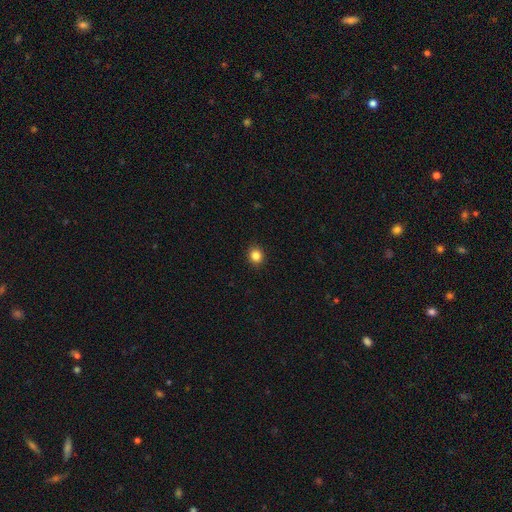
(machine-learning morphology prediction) Smooth or featured?
  - smooth: 84% *
  - star or artifact: 11%
  - featured or disk: 4%
How rounded?
  - round: 82% *
  - in between: 17%
  - cigar-shaped: 1%
Merging?
  - none: 92% *
  - minor disturbance: 6%
  - major disturbance: 2%
  - merger: 1%